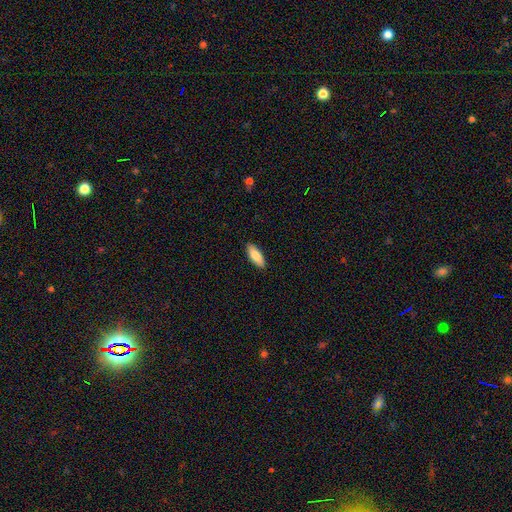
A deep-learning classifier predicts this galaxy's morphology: This appears to be a smooth galaxy with no disk features (85%) that is in between round and cigar-shaped (73%). Merging: none (89%).